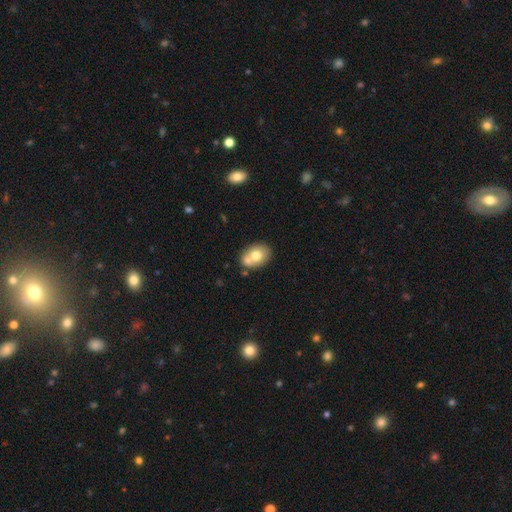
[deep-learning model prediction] Smooth or featured? Predicted: smooth (p=0.70). How rounded? Predicted: in between (p=0.62). Merging? Predicted: none (p=0.52).